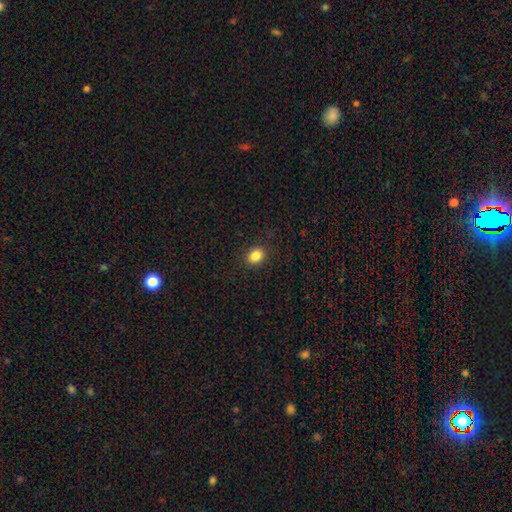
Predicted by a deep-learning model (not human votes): A smooth galaxy with no disk features (85%) that is in between round and cigar-shaped (56%). Merging: none (89%).